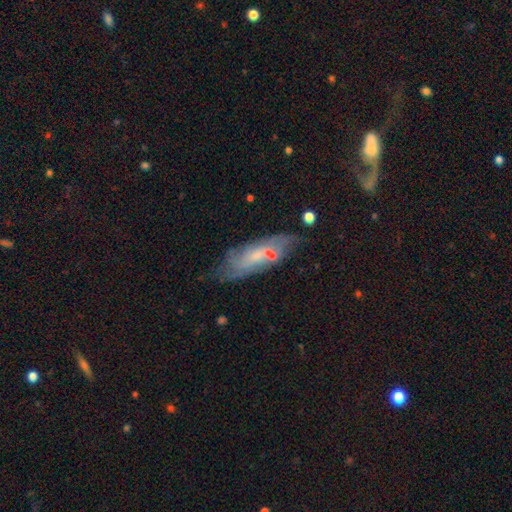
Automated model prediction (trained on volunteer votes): smooth_or_featured: featured or disk (p=0.60) [alt: smooth p=0.31]
disk_edge_on: no (p=0.76) [alt: yes p=0.24]
merging: none (p=0.59) [alt: minor disturbance p=0.21]